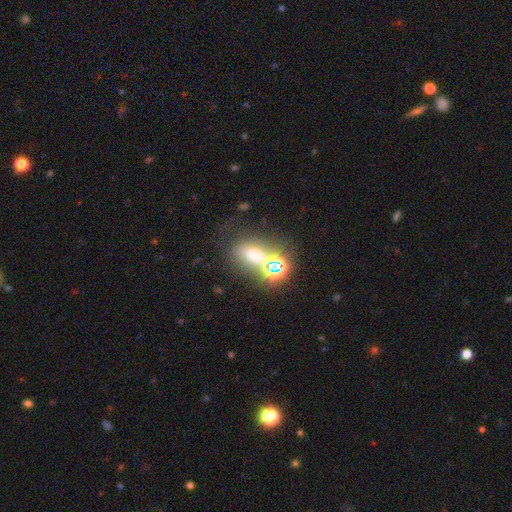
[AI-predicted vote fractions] A smooth galaxy with no disk features (50%) that is in between round and cigar-shaped (64%). Merging: none (48%).